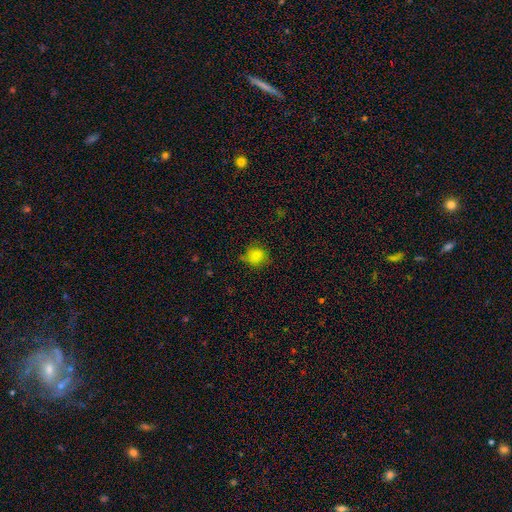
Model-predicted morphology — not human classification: This is likely a smooth galaxy (79%). How rounded: clearly round (86%). Merging: likely none (71%).